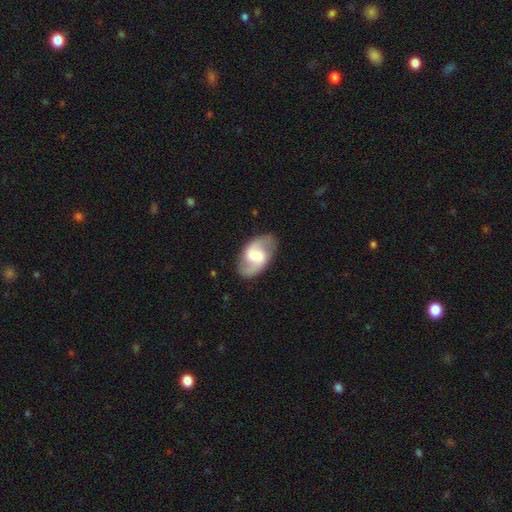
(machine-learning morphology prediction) type=featured or disk (74%); edge-on=no (97%); bar=weak (49%); spiral arms=yes (91%); winding=medium (46%); arm count=2 (92%); bulge=moderate (33%); merging=none (84%).